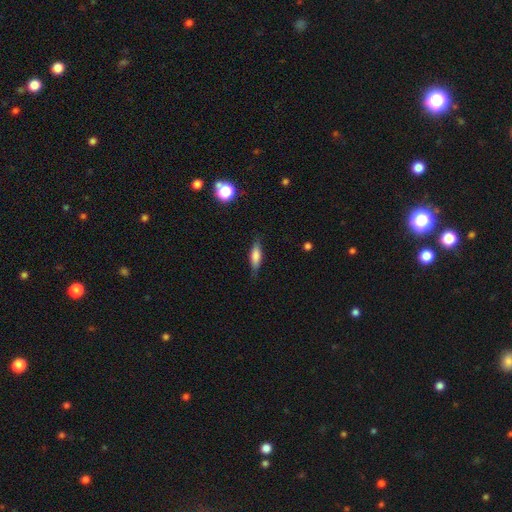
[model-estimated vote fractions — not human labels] Smooth or featured? Predicted: smooth (p=0.69). How rounded? Predicted: cigar-shaped (p=0.52). Merging? Predicted: none (p=0.80).